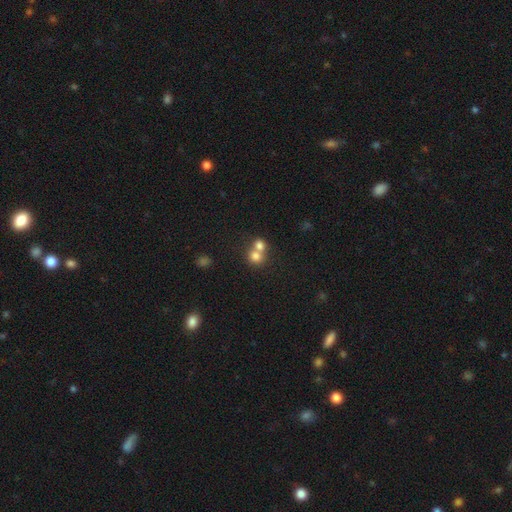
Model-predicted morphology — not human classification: Smooth or featured? smooth (75%)
How rounded? round (78%)
Merging? merger (60%)